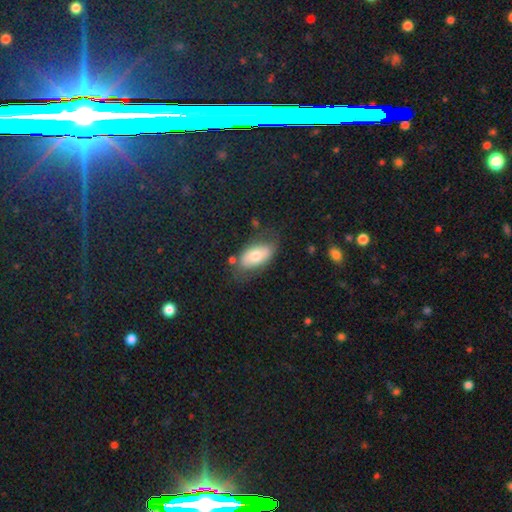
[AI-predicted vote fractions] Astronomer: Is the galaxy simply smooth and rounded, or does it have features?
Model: smooth — 66%.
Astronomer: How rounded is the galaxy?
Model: in between — 91%.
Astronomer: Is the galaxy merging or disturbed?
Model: none — 65%.